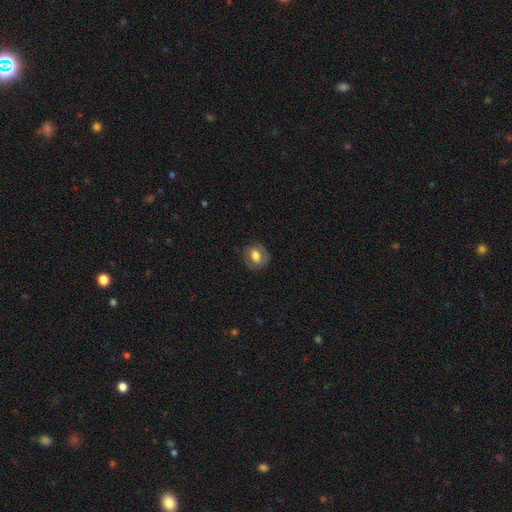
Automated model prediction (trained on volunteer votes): Smooth or featured? Predicted: smooth (p=0.62). How rounded? Predicted: round (p=0.54). Merging? Predicted: none (p=0.78).